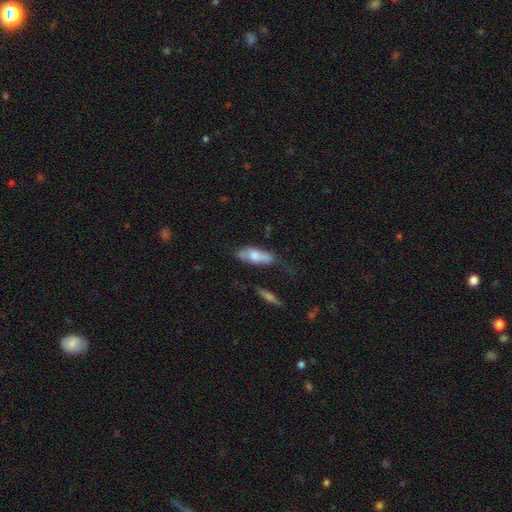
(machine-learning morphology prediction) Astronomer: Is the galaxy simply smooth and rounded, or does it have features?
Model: smooth — 61%.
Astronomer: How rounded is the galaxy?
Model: in between — 71%.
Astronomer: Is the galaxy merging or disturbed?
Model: none — 44% (runner-up: minor disturbance, 28%).